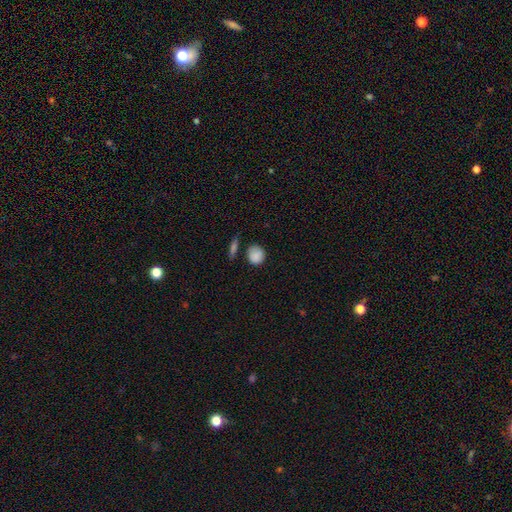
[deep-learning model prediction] Smooth or featured? Predicted: smooth (p=0.86). How rounded? Predicted: round (p=0.81). Merging? Predicted: none (p=0.72).